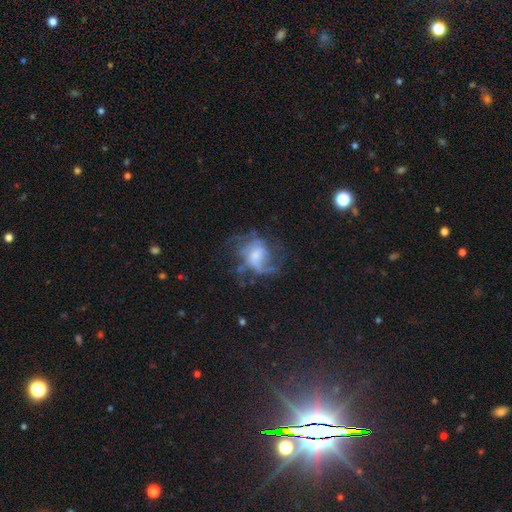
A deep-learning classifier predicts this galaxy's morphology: smooth-or-featured: featured or disk: 68% | smooth: 22% | star or artifact: 10%
  disk-edge-on: no: 97% | yes: 3%
    bar: no: 59% | weak: 34% | strong: 7%
    has-spiral-arms: yes: 72% | no: 28%
    bulge-size: moderate: 42% | small: 29% | large: 15% | none: 13% | dominant: 2%
  merging: none: 41% | major disturbance: 37% | minor disturbance: 19% | merger: 3%